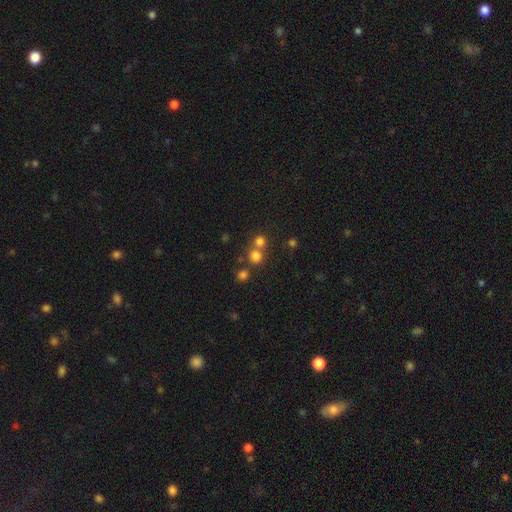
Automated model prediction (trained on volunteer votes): smooth 74%, star or artifact 18%, featured or disk 8%. Down the decision tree: how rounded — round (88%); merging — none (58%).